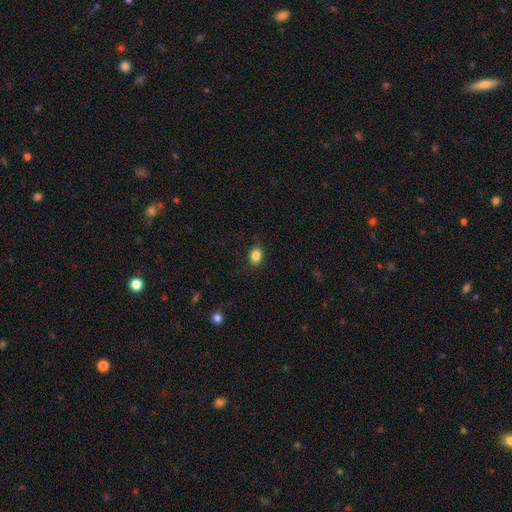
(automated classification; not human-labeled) Smooth or featured: smooth — 85% (star or artifact — 10%)
How rounded: in between — 63% (round — 36%)
Merging: none — 84% (minor disturbance — 12%)